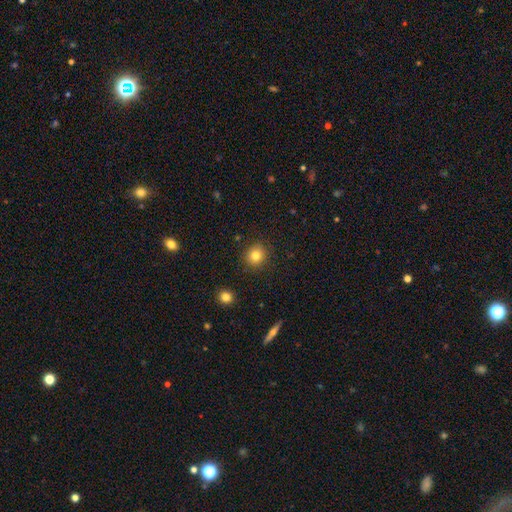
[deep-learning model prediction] Smooth or featured?
  - smooth: 81% *
  - star or artifact: 12%
  - featured or disk: 7%
How rounded?
  - round: 84% *
  - in between: 15%
  - cigar-shaped: 1%
Merging?
  - none: 88% *
  - minor disturbance: 8%
  - major disturbance: 2%
  - merger: 2%